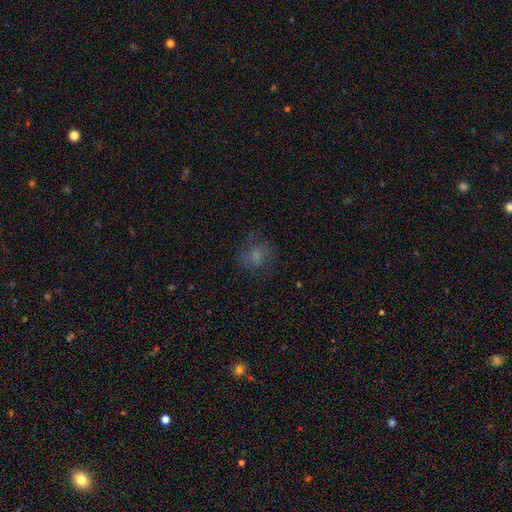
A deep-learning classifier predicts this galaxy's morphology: A smooth galaxy with no disk features (63%) that is round (64%).

Vote fractions:
- Smooth or featured? smooth: 63% / featured or disk: 21% / star or artifact: 17%
- How rounded? round: 64% / in between: 35% / cigar-shaped: 1%
- Merging? none: 66% / minor disturbance: 19% / major disturbance: 14% / merger: 1%